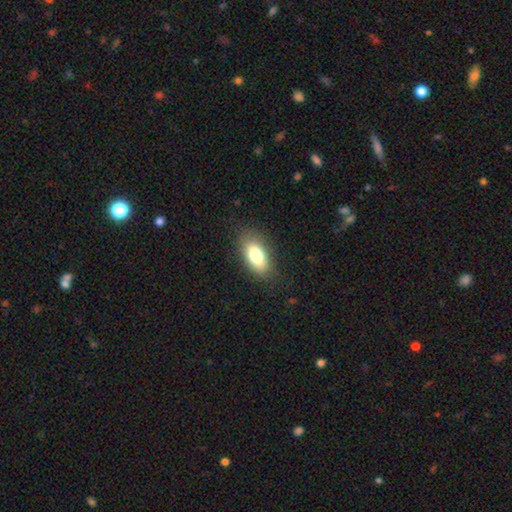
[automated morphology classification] smooth-or-featured: smooth: 78% | featured or disk: 14% | star or artifact: 8%
  how-rounded: in between: 89% | cigar-shaped: 7% | round: 4%
  merging: none: 84% | minor disturbance: 12% | major disturbance: 3% | merger: 1%